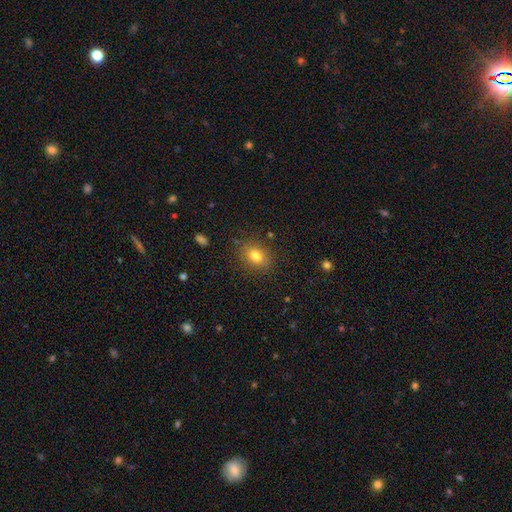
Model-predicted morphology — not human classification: Smooth or featured?
  - smooth: 79% *
  - star or artifact: 12%
  - featured or disk: 9%
How rounded?
  - in between: 50% *
  - round: 49%
  - cigar-shaped: 1%
Merging?
  - none: 84% *
  - minor disturbance: 11%
  - major disturbance: 3%
  - merger: 2%